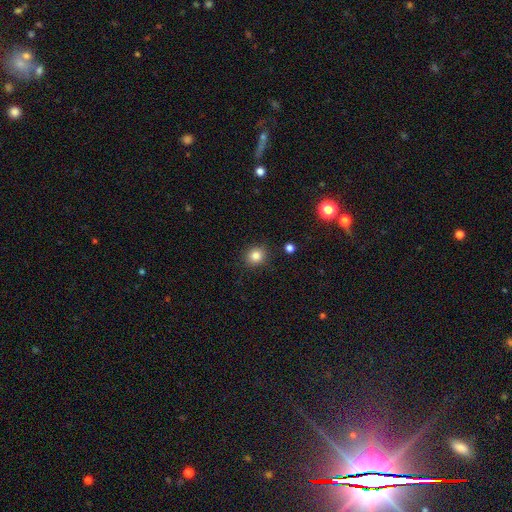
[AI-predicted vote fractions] This appears to be a smooth galaxy with no disk features (83%) that is round (80%). Merging: none (88%).